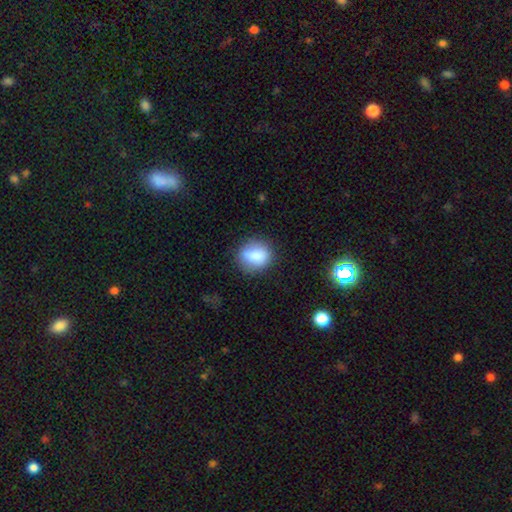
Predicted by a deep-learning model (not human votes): Smooth or featured?
  - smooth: 81% *
  - featured or disk: 11%
  - star or artifact: 8%
How rounded?
  - round: 57% *
  - in between: 40%
  - cigar-shaped: 2%
Merging?
  - none: 77% *
  - minor disturbance: 16%
  - major disturbance: 5%
  - merger: 2%